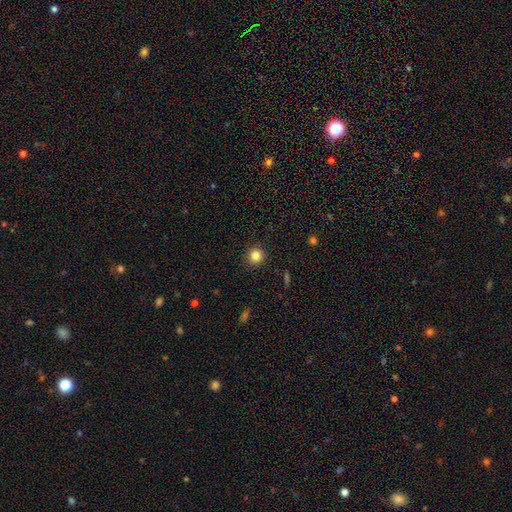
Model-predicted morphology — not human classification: Smooth or featured? Predicted: smooth (p=0.83). How rounded? Predicted: round (p=0.93). Merging? Predicted: none (p=0.92).